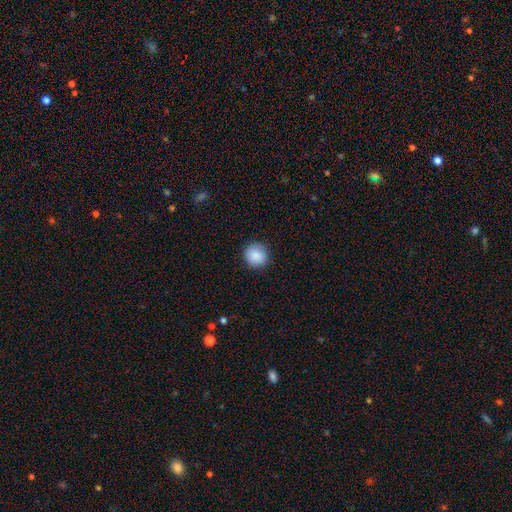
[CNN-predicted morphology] A smooth galaxy with no disk features (88%) that is round (94%).

Vote fractions:
- Smooth or featured? smooth: 88% / star or artifact: 8% / featured or disk: 4%
- How rounded? round: 94% / in between: 5% / cigar-shaped: 1%
- Merging? none: 89% / minor disturbance: 8% / major disturbance: 2% / merger: 1%